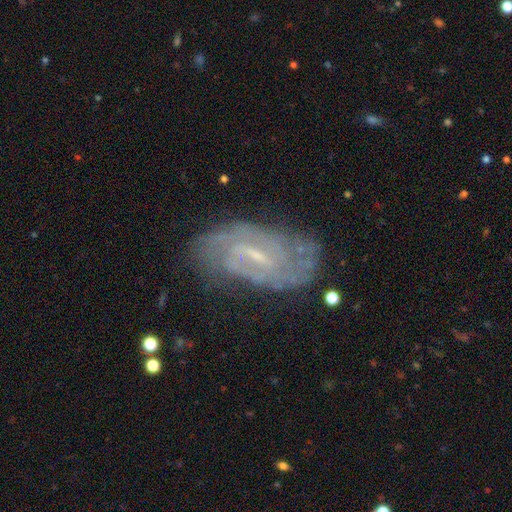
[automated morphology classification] The model was most divided on "spiral winding": tight: 53%, medium: 37%, loose: 11%. More confident: edge-on disk — no (95%); spiral arms — yes (94%); smooth or featured — featured or disk (84%); merging — none (74%); bulge size — small (66%); bar — weak (57%); spiral arm count — 2 (51%).